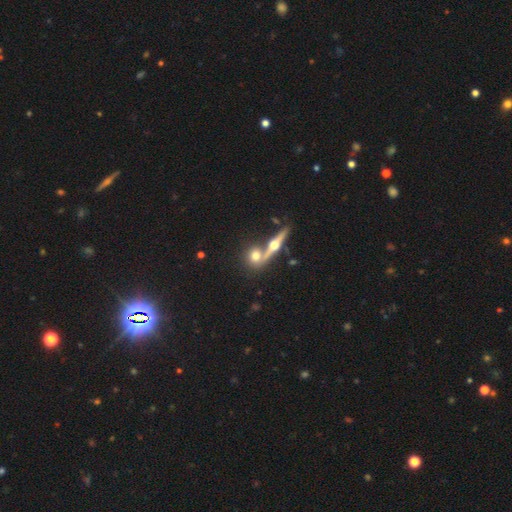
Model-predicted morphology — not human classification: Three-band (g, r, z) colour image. It shows a smooth galaxy with no disk features (48%). Merging: none (57%).